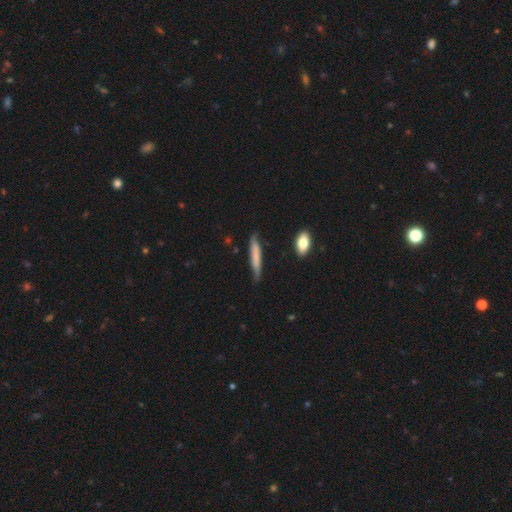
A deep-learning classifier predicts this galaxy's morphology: Q: Smooth or featured?
A: smooth (65%); runner-up: featured or disk (29%)
Q: How rounded?
A: cigar-shaped (92%); runner-up: in between (6%)
Q: Merging?
A: none (73%); runner-up: minor disturbance (22%)